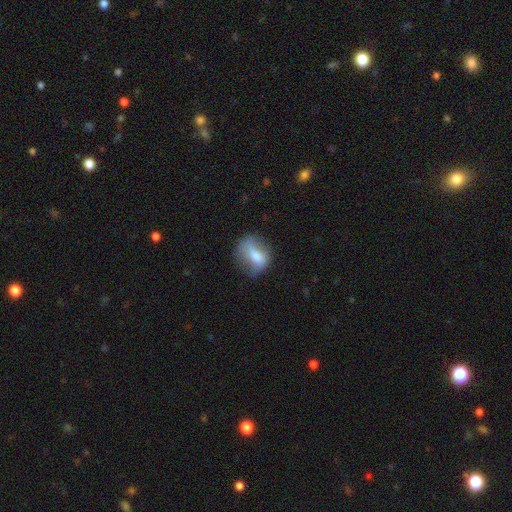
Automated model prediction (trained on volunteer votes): A smooth galaxy with no disk features (65%) that is in between round and cigar-shaped (62%). Merging: none (49%).